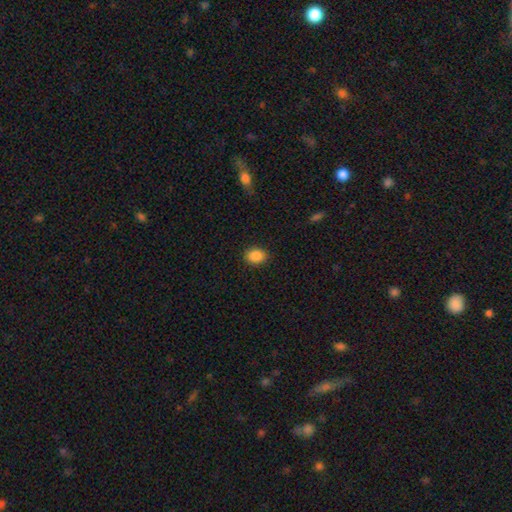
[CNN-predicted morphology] Smooth or featured: smooth — 88% (star or artifact — 9%)
How rounded: in between — 58% (round — 41%)
Merging: none — 89% (minor disturbance — 8%)